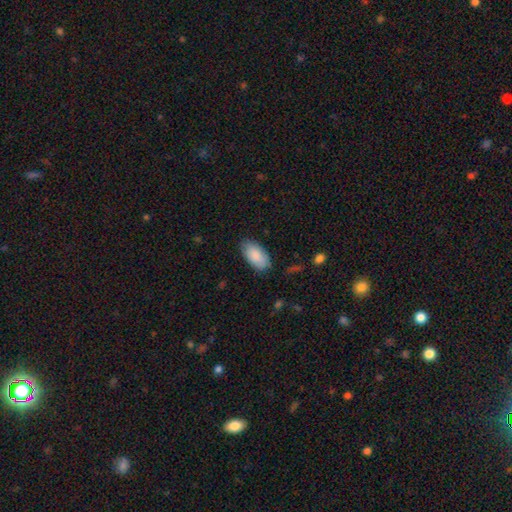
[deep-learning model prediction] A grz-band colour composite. It shows a smooth galaxy with no disk features (87%) that is in between round and cigar-shaped (95%). Merging: none (81%).